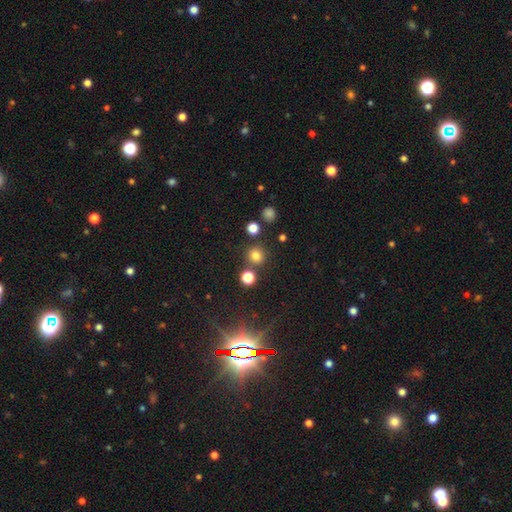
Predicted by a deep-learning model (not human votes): Overall: smooth (78%). How rounded: round (91%). Merging: none (81%).